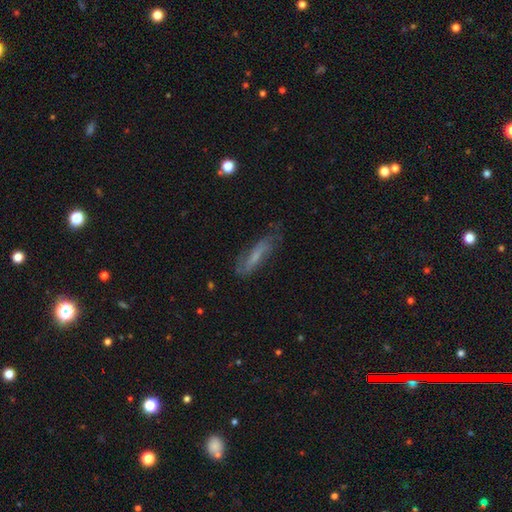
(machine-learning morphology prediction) A featured or disk galaxy (49%).

Vote fractions:
- Smooth or featured? featured or disk: 49% / smooth: 41% / star or artifact: 9%
- Merging? none: 64% / minor disturbance: 24% / major disturbance: 10% / merger: 2%